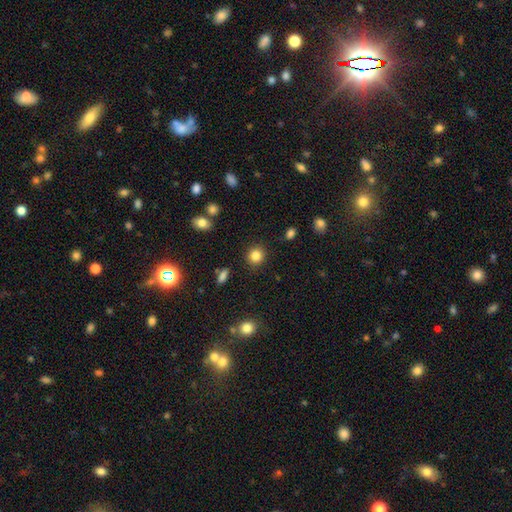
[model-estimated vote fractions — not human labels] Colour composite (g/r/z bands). It shows a smooth galaxy with no disk features (85%) that is round (87%). Merging: none (89%).